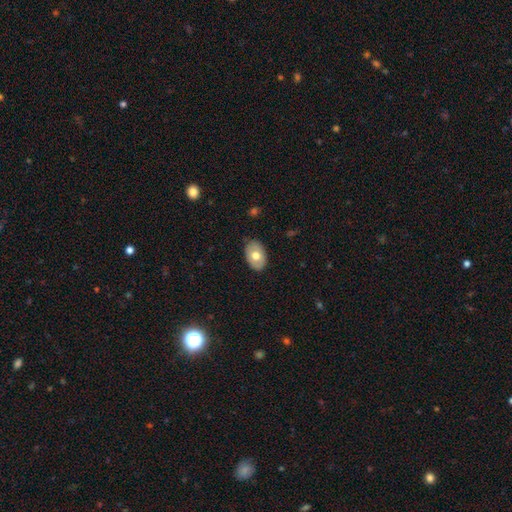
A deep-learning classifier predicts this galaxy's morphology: This appears to be a smooth galaxy with no disk features (65%) that is in between round and cigar-shaped (86%). Merging: none (84%).